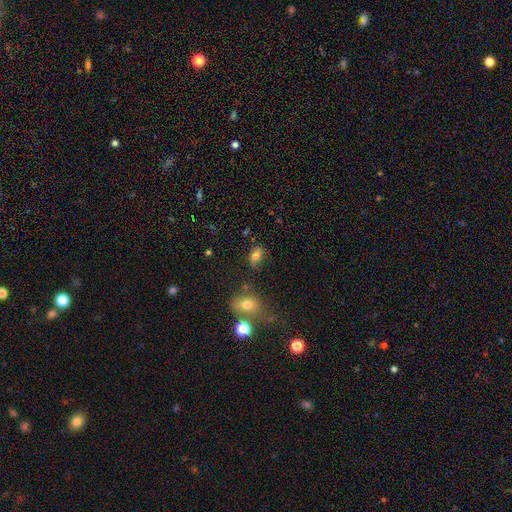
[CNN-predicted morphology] Q: Smooth or featured?
A: smooth (73%); runner-up: star or artifact (14%)
Q: How rounded?
A: in between (81%); runner-up: round (16%)
Q: Merging?
A: none (67%); runner-up: minor disturbance (20%)